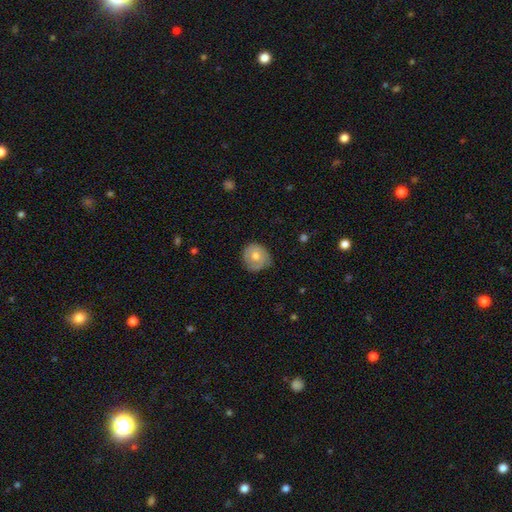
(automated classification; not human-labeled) This appears to be a smooth galaxy with no disk features (58%) that is round (85%). Merging: none (67%).